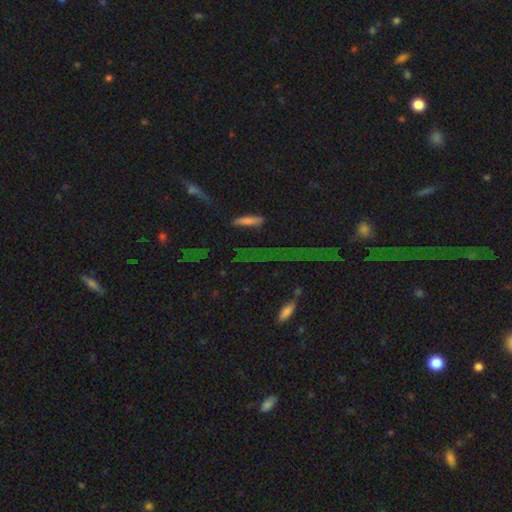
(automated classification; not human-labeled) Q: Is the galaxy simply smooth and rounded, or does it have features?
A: star or artifact — 64%.